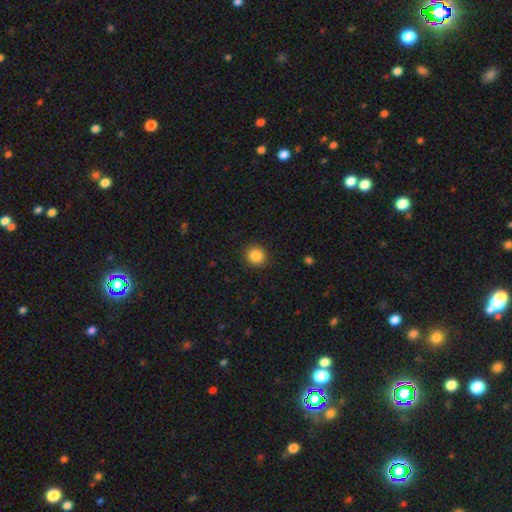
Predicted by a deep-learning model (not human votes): The model was most divided on "smooth or featured": smooth: 86%, star or artifact: 10%, featured or disk: 4%. More confident: merging — none (91%); how rounded — round (90%).